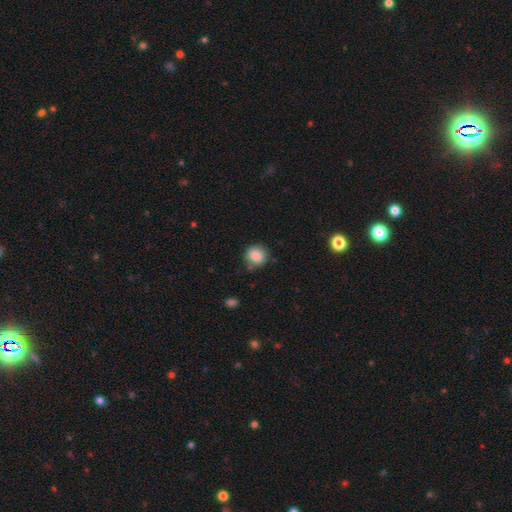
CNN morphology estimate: A smooth galaxy with no disk features (87%) that is round (82%).

Vote fractions:
- Smooth or featured? smooth: 87% / star or artifact: 9% / featured or disk: 4%
- How rounded? round: 82% / in between: 17% / cigar-shaped: 1%
- Merging? none: 80% / minor disturbance: 13% / major disturbance: 3% / merger: 3%